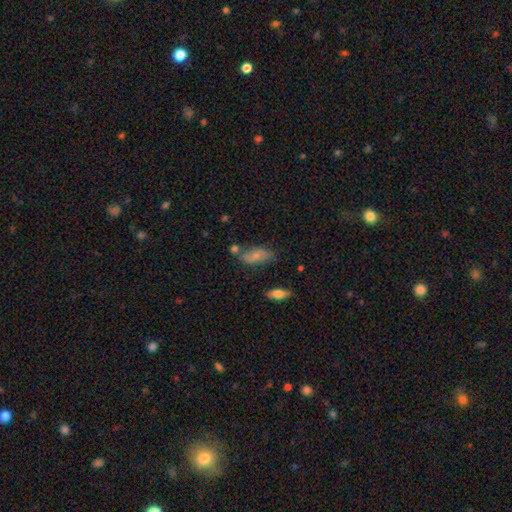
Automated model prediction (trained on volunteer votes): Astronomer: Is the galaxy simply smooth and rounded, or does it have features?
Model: smooth — 64%.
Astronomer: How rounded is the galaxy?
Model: in between — 81%.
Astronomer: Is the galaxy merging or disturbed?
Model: none — 57%.